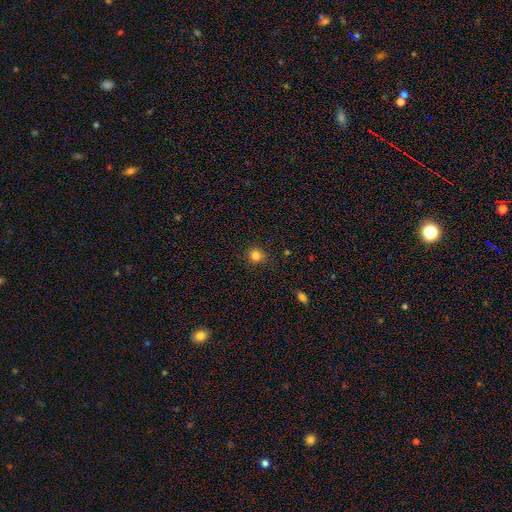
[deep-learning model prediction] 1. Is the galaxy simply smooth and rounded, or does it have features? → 81% smooth, 14% star or artifact, 5% featured or disk.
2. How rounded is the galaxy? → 89% round, 10% in between, 1% cigar-shaped.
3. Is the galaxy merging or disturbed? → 87% none, 9% minor disturbance, 2% major disturbance, 1% merger.